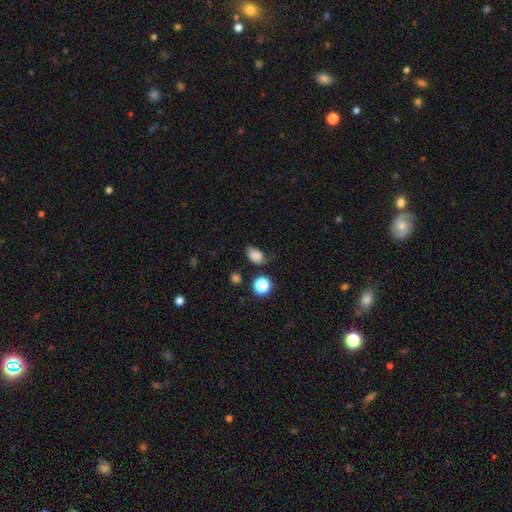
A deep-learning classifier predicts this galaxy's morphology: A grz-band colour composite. It shows a smooth galaxy with no disk features (80%) that is in between round and cigar-shaped (80%). Merging: none (48%).